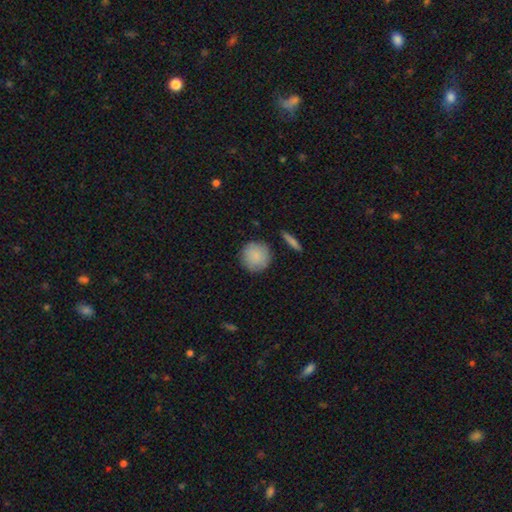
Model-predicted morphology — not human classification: Smooth or featured? smooth (87%)
How rounded? round (93%)
Merging? none (84%)